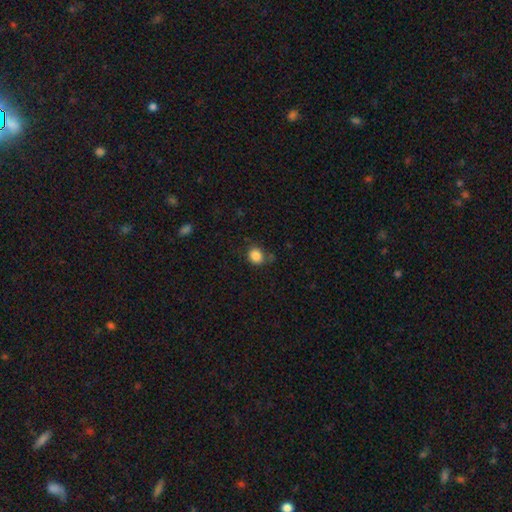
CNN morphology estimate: A smooth galaxy with no disk features (86%) that is round (67%). Merging: none (73%).